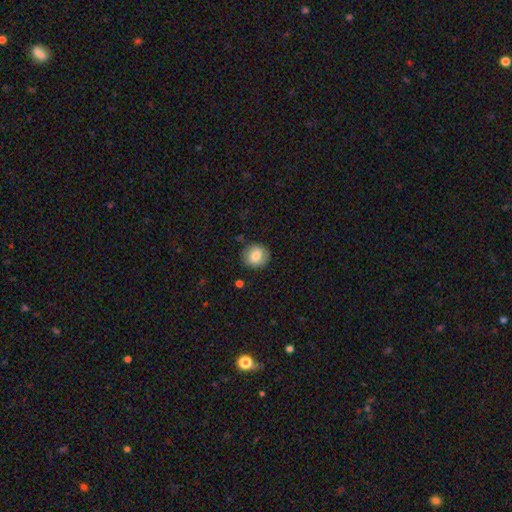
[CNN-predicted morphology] Overall: smooth (75%). How rounded: round (81%). Merging: none (82%).